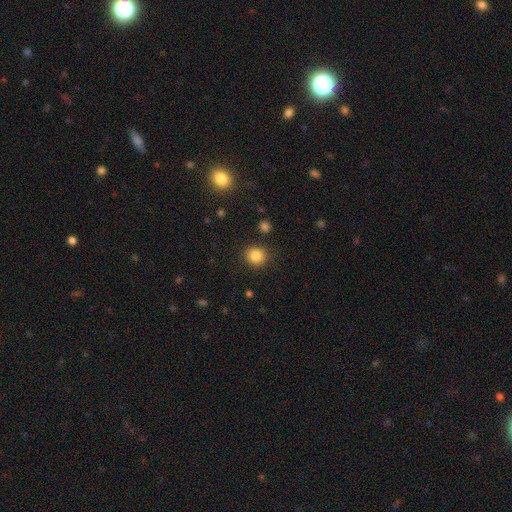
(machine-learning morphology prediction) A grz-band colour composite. It shows a smooth galaxy with no disk features (85%) that is round (86%). Merging: none (88%).